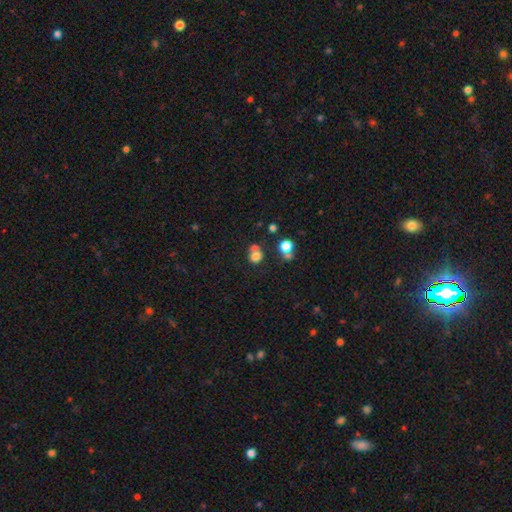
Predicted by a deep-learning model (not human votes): Smooth or featured? Predicted: smooth (p=0.75). How rounded? Predicted: round (p=0.74). Merging? Predicted: none (p=0.47).